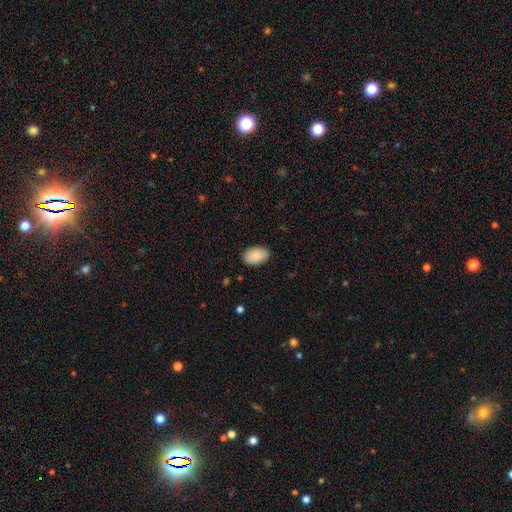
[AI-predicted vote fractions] Smooth or featured?
  - smooth: 90% *
  - star or artifact: 6%
  - featured or disk: 3%
How rounded?
  - in between: 91% *
  - round: 8%
  - cigar-shaped: 1%
Merging?
  - none: 87% *
  - minor disturbance: 10%
  - major disturbance: 2%
  - merger: 1%